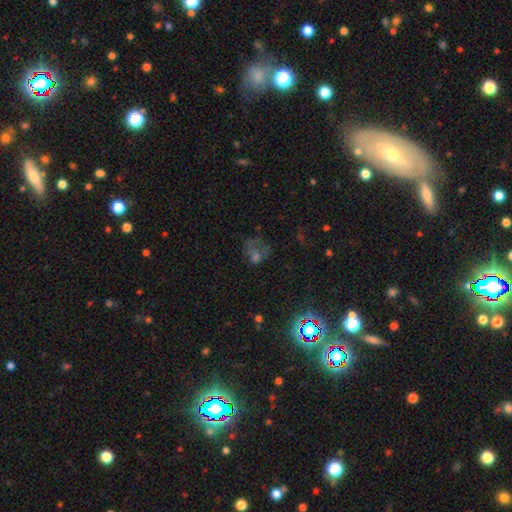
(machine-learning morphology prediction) Smooth or featured? Predicted: smooth (p=0.38). Merging? Predicted: major disturbance (p=0.40).